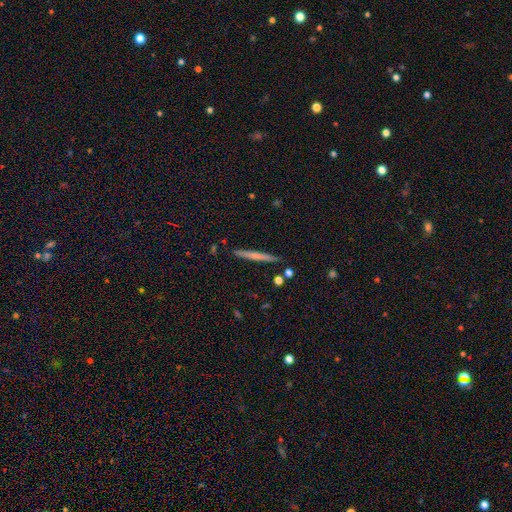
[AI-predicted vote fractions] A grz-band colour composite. It shows a smooth galaxy with no disk features (53%) that is cigar-shaped (96%). Merging: none (89%).